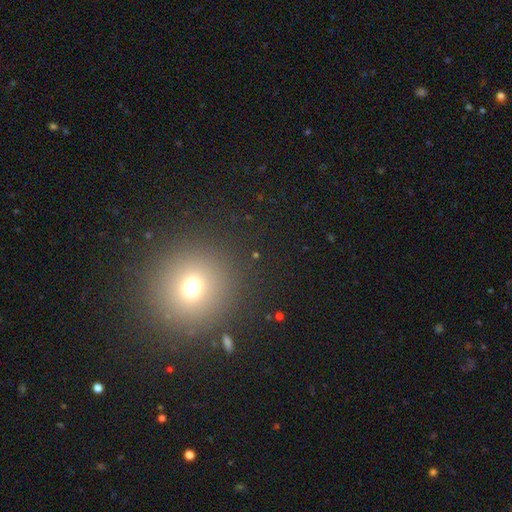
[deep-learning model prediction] This is possibly a smooth galaxy (57%). How rounded: clearly round (90%). Merging: clearly none (87%).